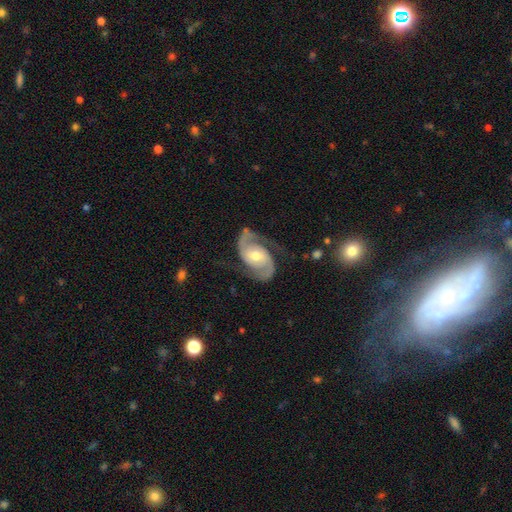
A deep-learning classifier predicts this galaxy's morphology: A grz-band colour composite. It shows a featured or disk galaxy (91%) with no bar (44%), 2 (93%) medium (54%) spiral arms (98%) and a moderate central bulge (66%). Merging: none (73%).